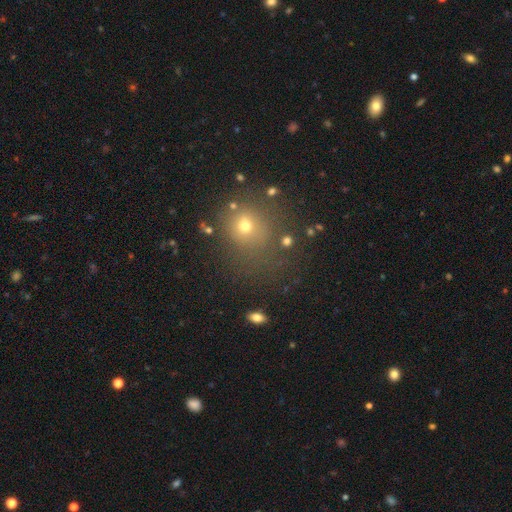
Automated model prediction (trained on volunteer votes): smooth-or-featured: smooth: 47% | star or artifact: 43% | featured or disk: 9%
  merging: none: 76% | minor disturbance: 12% | major disturbance: 6% | merger: 6%